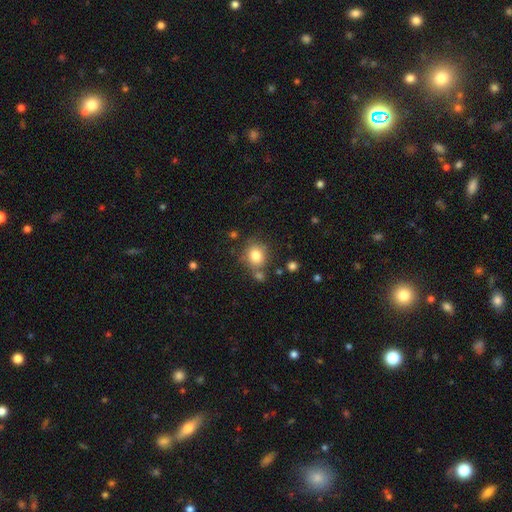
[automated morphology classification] Smooth or featured? smooth (81%)
How rounded? round (76%)
Merging? none (68%)